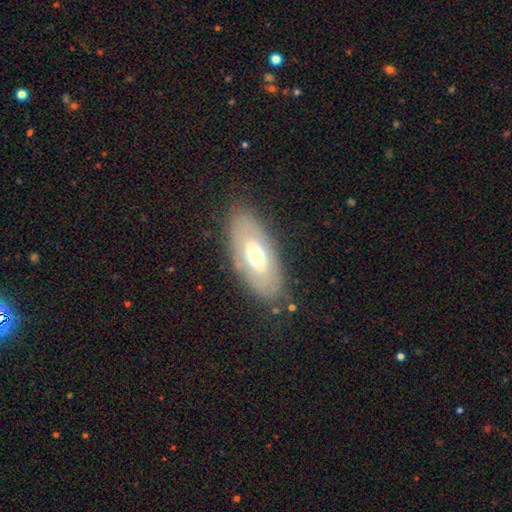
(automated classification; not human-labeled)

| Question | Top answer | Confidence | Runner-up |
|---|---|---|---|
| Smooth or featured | featured or disk | 47% | smooth (44%) |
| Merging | none | 84% | minor disturbance (11%) |